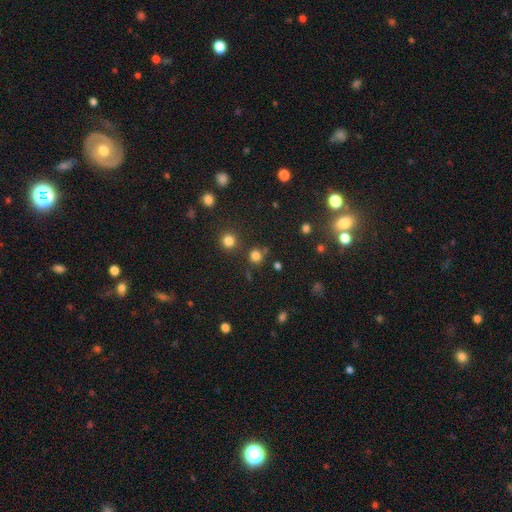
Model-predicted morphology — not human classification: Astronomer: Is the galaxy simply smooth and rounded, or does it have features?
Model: smooth — 76%.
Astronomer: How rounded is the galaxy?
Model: round — 89%.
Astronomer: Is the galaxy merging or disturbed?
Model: none — 79%.